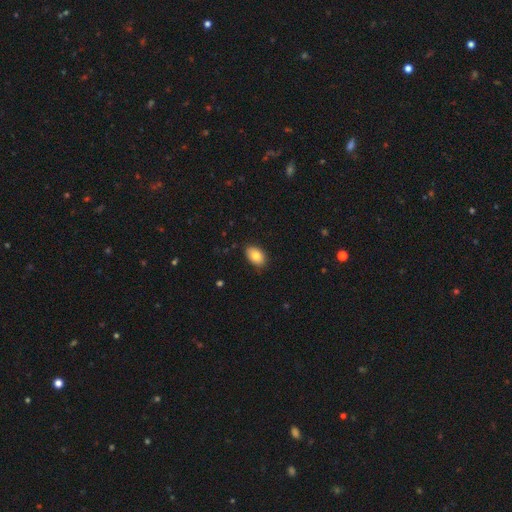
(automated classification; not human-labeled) Q: Smooth or featured?
A: smooth (82%); runner-up: featured or disk (10%)
Q: How rounded?
A: in between (89%); runner-up: round (10%)
Q: Merging?
A: none (86%); runner-up: minor disturbance (11%)